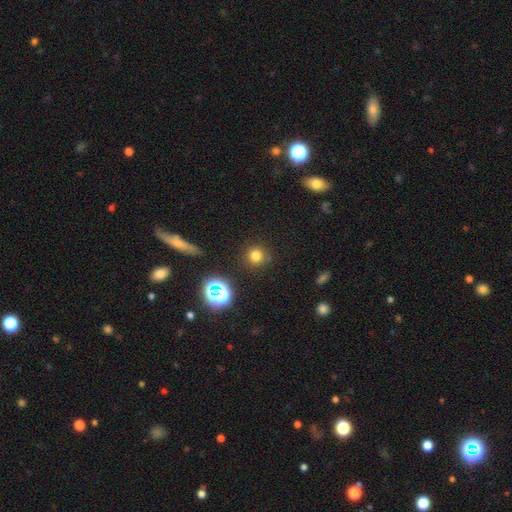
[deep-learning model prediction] The model was most divided on "smooth or featured": smooth: 74%, star or artifact: 20%, featured or disk: 6%. More confident: how rounded — round (92%); merging — none (86%).